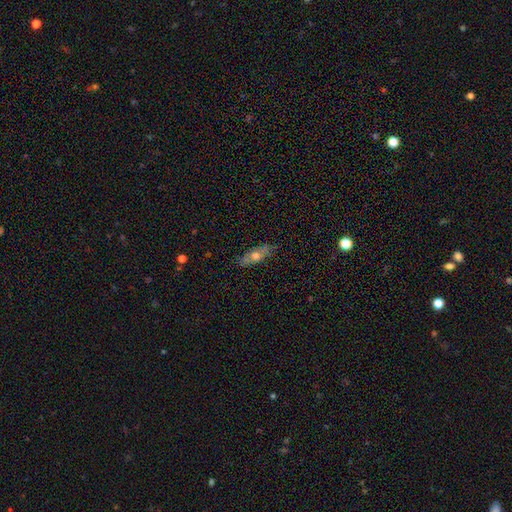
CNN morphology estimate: Smooth or featured: smooth — 51% (featured or disk — 42%)
How rounded: in between — 59% (cigar-shaped — 37%)
Merging: none — 82% (minor disturbance — 14%)